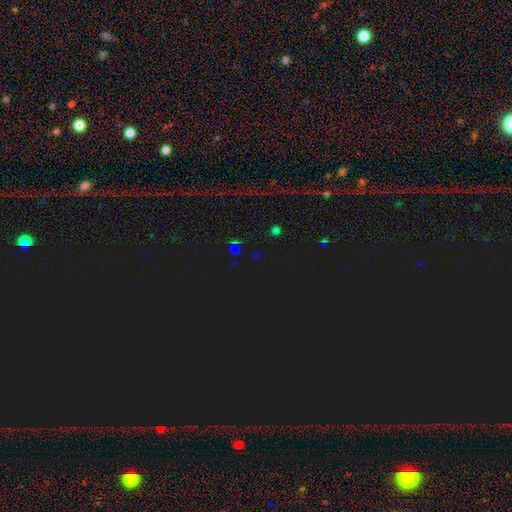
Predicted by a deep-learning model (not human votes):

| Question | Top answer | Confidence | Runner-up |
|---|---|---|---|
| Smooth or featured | star or artifact | 67% | smooth (26%) |